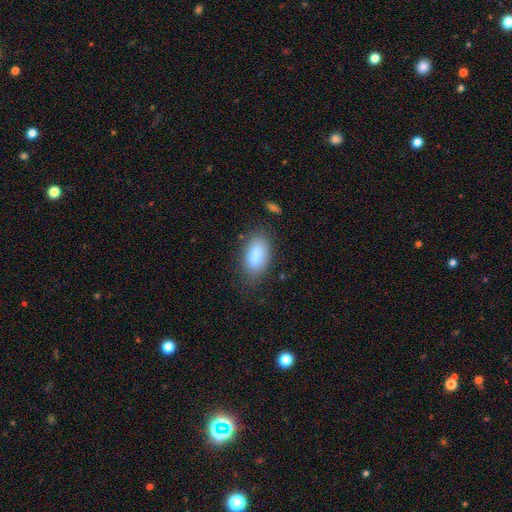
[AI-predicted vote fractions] A smooth galaxy with no disk features (82%) that is in between round and cigar-shaped (89%).

Vote fractions:
- Smooth or featured? smooth: 82% / featured or disk: 11% / star or artifact: 7%
- How rounded? in between: 89% / cigar-shaped: 7% / round: 3%
- Merging? none: 72% / minor disturbance: 19% / major disturbance: 6% / merger: 3%